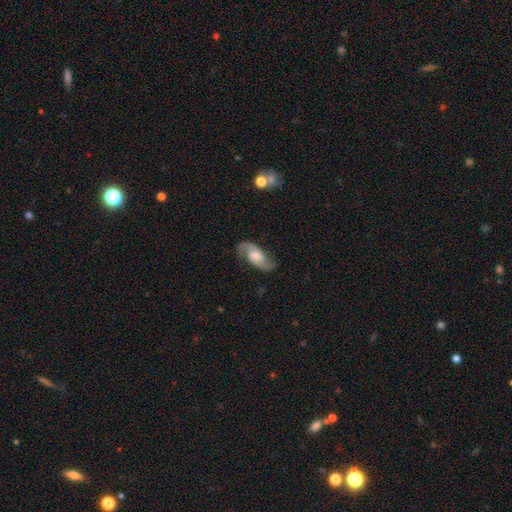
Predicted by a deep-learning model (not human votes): featured or disk 81%, smooth 14%, star or artifact 5%. Down the decision tree: edge-on disk — no (95%); bar — no (53%); spiral arms — yes (96%); spiral arm count — 2 (92%); spiral winding — medium (49%); bulge size — moderate (48%); merging — none (82%).